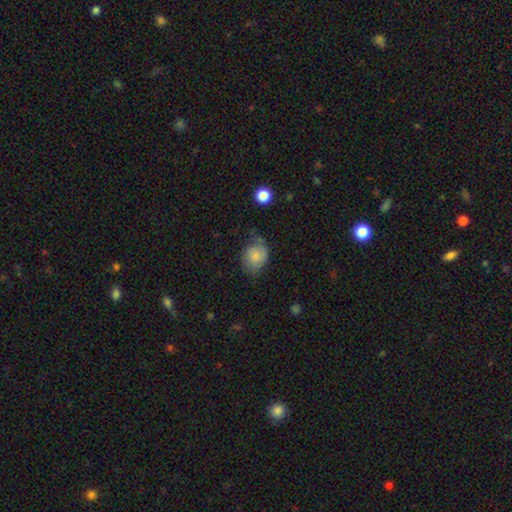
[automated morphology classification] Smooth or featured?
  - smooth: 69% *
  - featured or disk: 23%
  - star or artifact: 8%
How rounded?
  - in between: 55% *
  - round: 44%
  - cigar-shaped: 1%
Merging?
  - none: 45% *
  - minor disturbance: 37%
  - major disturbance: 16%
  - merger: 3%